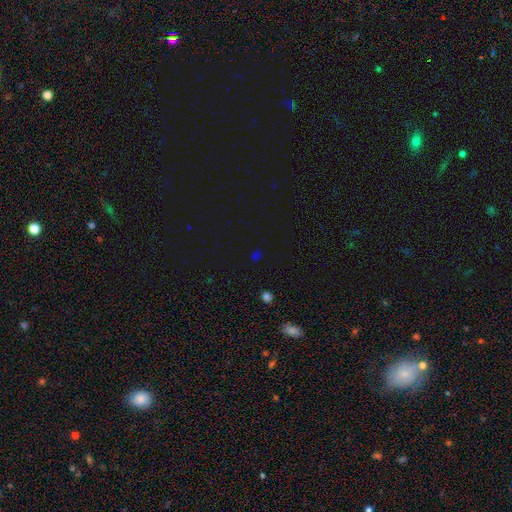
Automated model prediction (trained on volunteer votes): A star or artifact, not a galaxy (57%).